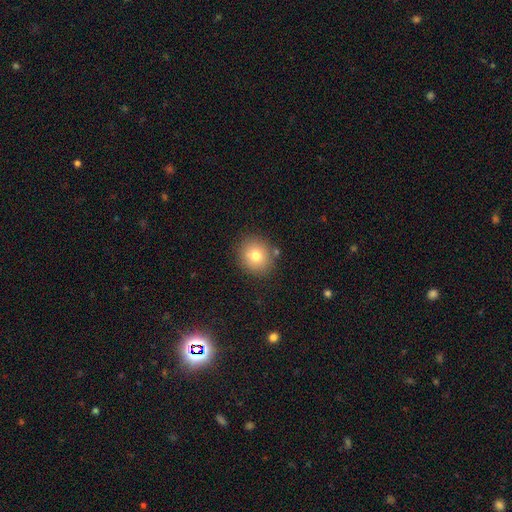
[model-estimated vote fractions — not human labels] smooth 76%, featured or disk 12%, star or artifact 12%. Down the decision tree: how rounded — round (82%); merging — none (84%).